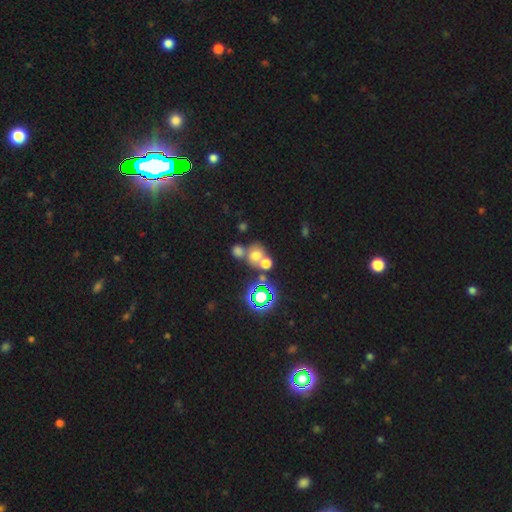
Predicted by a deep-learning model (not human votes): Q: Smooth or featured?
A: smooth (58%); runner-up: star or artifact (29%)
Q: How rounded?
A: round (66%); runner-up: in between (32%)
Q: Merging?
A: merger (45%); runner-up: none (41%)